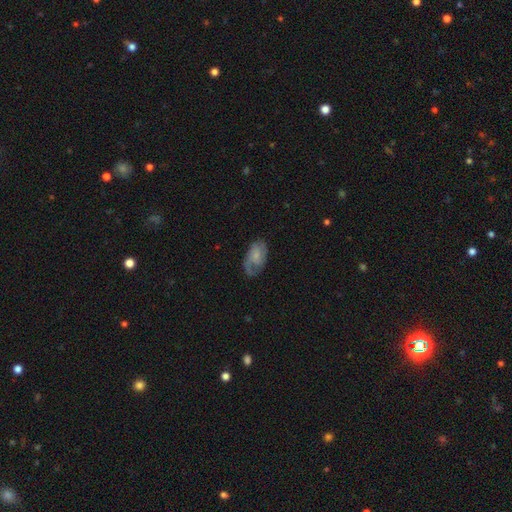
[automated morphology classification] This appears to be a featured or disk galaxy (56%) with no bar (65%), spiral arms (86%) and a small central bulge (45%). Merging: none (62%).